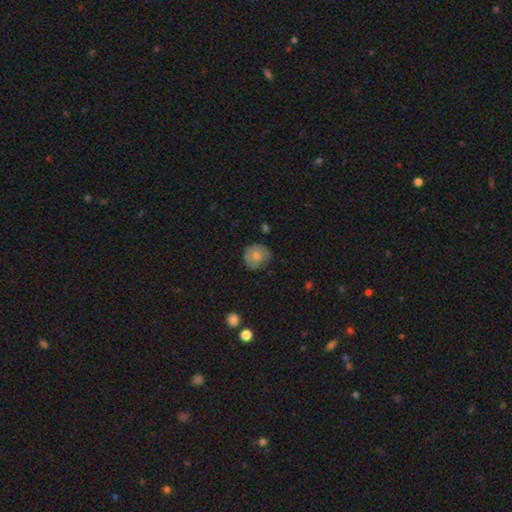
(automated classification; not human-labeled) Smooth or featured? Predicted: smooth (p=0.76). How rounded? Predicted: round (p=0.86). Merging? Predicted: none (p=0.70).